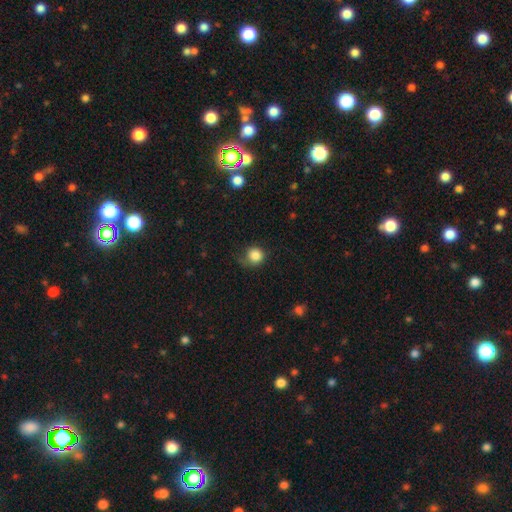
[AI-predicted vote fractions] smooth-or-featured: smooth: 85% | star or artifact: 10% | featured or disk: 5%
  how-rounded: round: 89% | in between: 10% | cigar-shaped: 1%
  merging: none: 63% | minor disturbance: 25% | major disturbance: 10% | merger: 2%